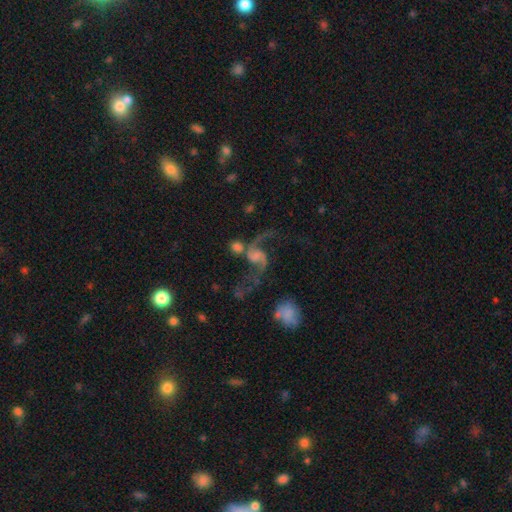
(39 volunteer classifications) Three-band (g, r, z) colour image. It shows a featured or disk galaxy (82%) with a weak bar (50%), 2 (100%) loose (90%) spiral arms (97%) and a moderate central bulge (37%). Merging: none (56%).